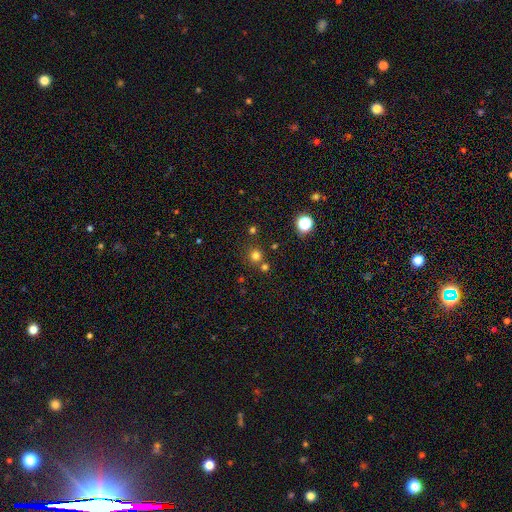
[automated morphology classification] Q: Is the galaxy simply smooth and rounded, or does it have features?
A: smooth — 73%.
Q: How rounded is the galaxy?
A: round — 92%.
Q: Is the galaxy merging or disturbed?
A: none — 73%.